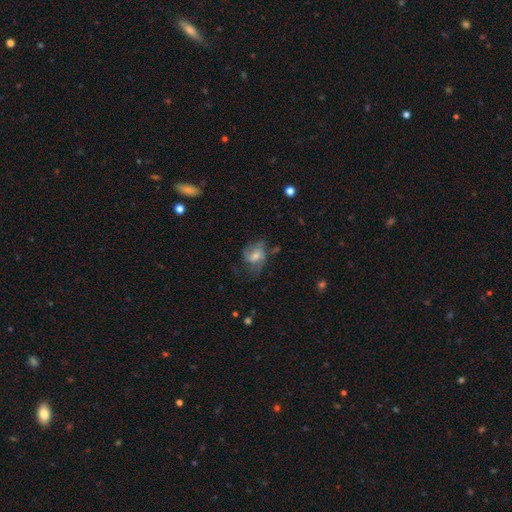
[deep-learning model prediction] Smooth or featured? featured or disk (56%)
Edge-on disk? no (97%)
Bar? no (51%)
Spiral arms? yes (82%)
Bulge size? moderate (48%)
Merging? none (47%)